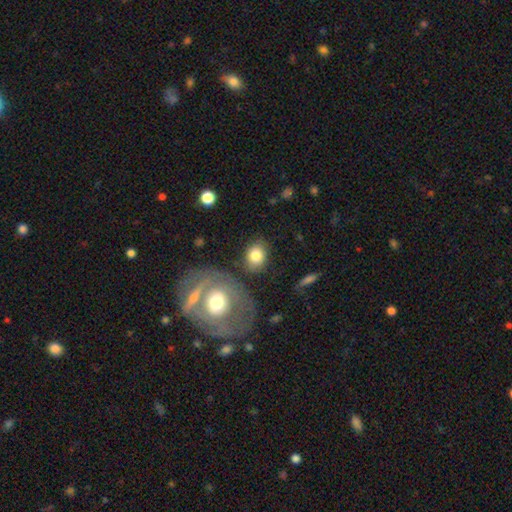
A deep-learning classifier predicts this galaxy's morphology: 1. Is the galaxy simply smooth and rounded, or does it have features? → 80% smooth, 13% featured or disk, 8% star or artifact.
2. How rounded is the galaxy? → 53% round, 46% in between, 1% cigar-shaped.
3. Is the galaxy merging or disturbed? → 74% none, 14% minor disturbance, 7% merger, 5% major disturbance.